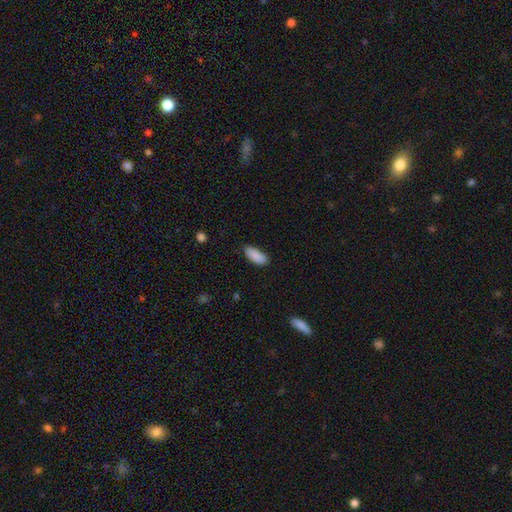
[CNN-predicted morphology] A smooth galaxy with no disk features (89%) that is in between round and cigar-shaped (84%).

Vote fractions:
- Smooth or featured? smooth: 89% / star or artifact: 6% / featured or disk: 5%
- How rounded? in between: 84% / cigar-shaped: 14% / round: 2%
- Merging? none: 81% / minor disturbance: 15% / major disturbance: 3% / merger: 1%